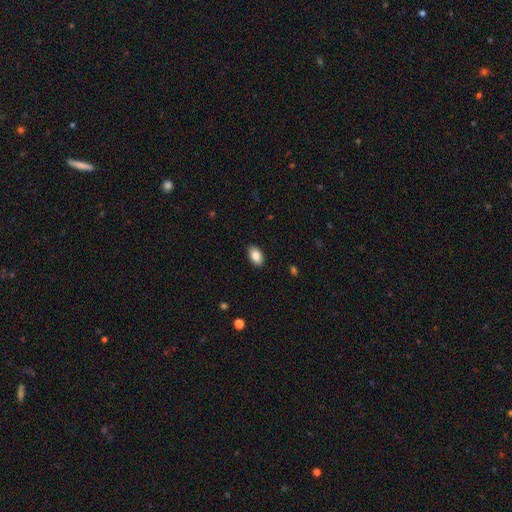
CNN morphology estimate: Smooth or featured?
  - smooth: 85% *
  - star or artifact: 8%
  - featured or disk: 7%
How rounded?
  - in between: 92% *
  - round: 6%
  - cigar-shaped: 1%
Merging?
  - none: 89% *
  - minor disturbance: 8%
  - major disturbance: 2%
  - merger: 1%